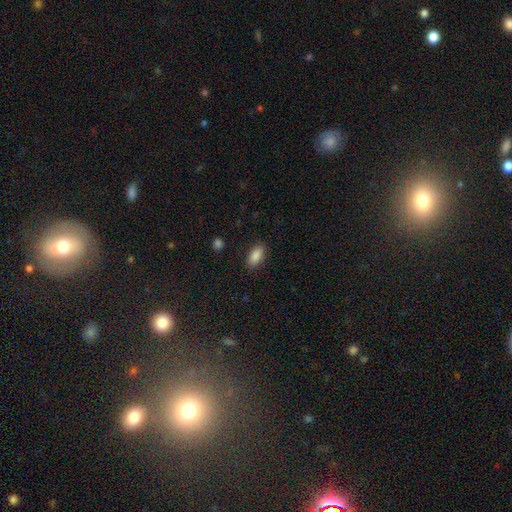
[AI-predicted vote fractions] Smooth or featured? Predicted: smooth (p=0.88). How rounded? Predicted: in between (p=0.88). Merging? Predicted: none (p=0.88).